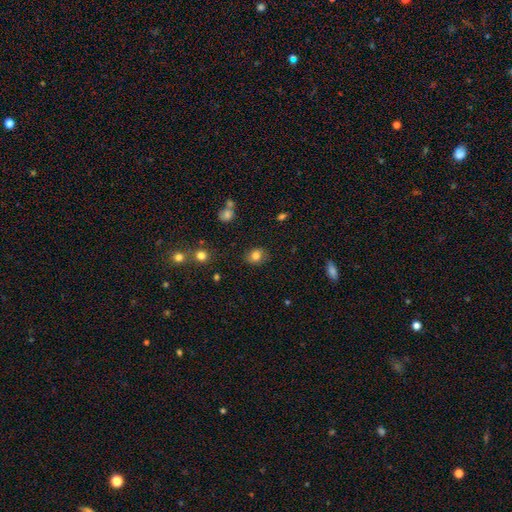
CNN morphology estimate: type=smooth (81%); roundness=round (57%); merging=none (84%).